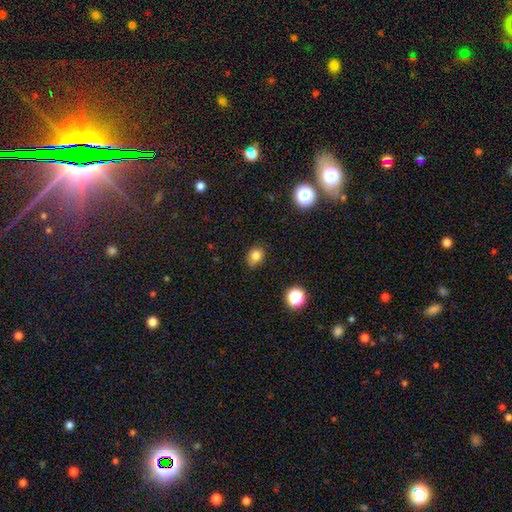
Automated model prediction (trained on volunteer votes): Smooth or featured?
  - smooth: 81% *
  - star or artifact: 13%
  - featured or disk: 6%
How rounded?
  - round: 51% *
  - in between: 48%
  - cigar-shaped: 1%
Merging?
  - none: 77% *
  - minor disturbance: 18%
  - major disturbance: 3%
  - merger: 2%